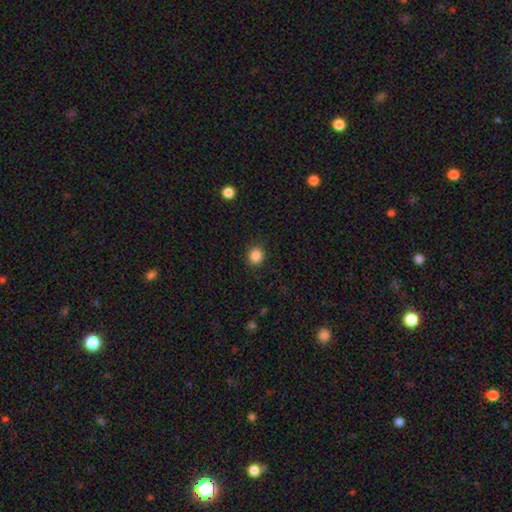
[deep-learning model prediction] smooth-or-featured: smooth: 86% | star or artifact: 11% | featured or disk: 3%
  how-rounded: round: 85% | in between: 15% | cigar-shaped: 1%
  merging: none: 90% | minor disturbance: 7% | major disturbance: 2% | merger: 1%